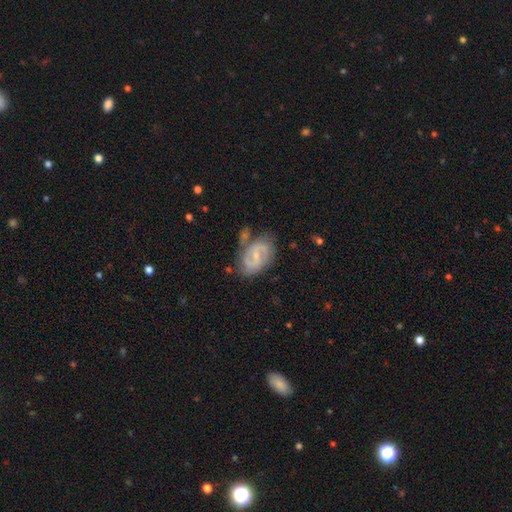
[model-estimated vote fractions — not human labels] A featured or disk galaxy (82%) with a weak bar (54%), 2 (86%) medium (51%) spiral arms (95%) and a small central bulge (66%).

Vote fractions:
- Smooth or featured? featured or disk: 82% / smooth: 12% / star or artifact: 6%
- Edge-on disk? no: 97% / yes: 3%
- Bar? weak: 54% / no: 24% / strong: 22%
- Spiral arms? yes: 95% / no: 5%
- Spiral winding? medium: 51% / tight: 32% / loose: 17%
- Spiral arm count? 2: 86% / can't tell: 7% / 3: 3% / 1: 2% / 4: 1% / more than 4: 1%
- Bulge size? small: 66% / moderate: 22% / none: 10% / large: 1% / dominant: 1%
- Merging? none: 62% / minor disturbance: 21% / merger: 9% / major disturbance: 8%